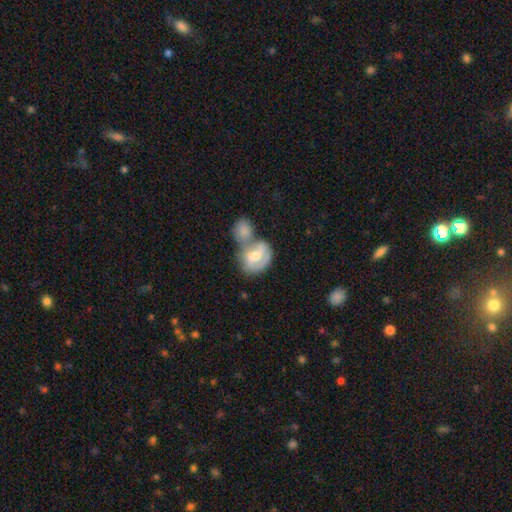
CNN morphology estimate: A featured or disk galaxy (50%). Merging: merger (63%).